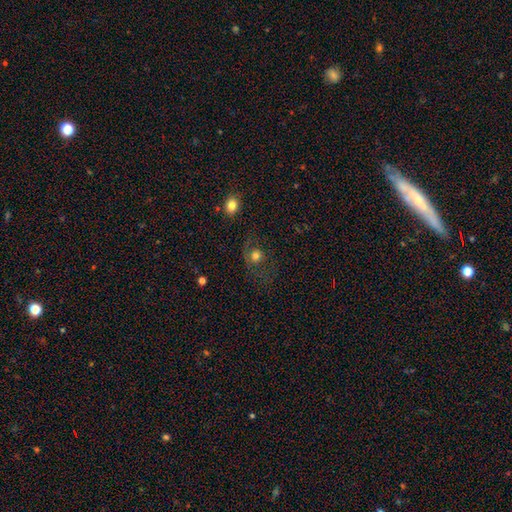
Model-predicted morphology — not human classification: smooth_or_featured: smooth (p=0.65) [alt: featured or disk p=0.22]
how_rounded: round (p=0.80) [alt: in between p=0.18]
merging: none (p=0.54) [alt: major disturbance p=0.25]